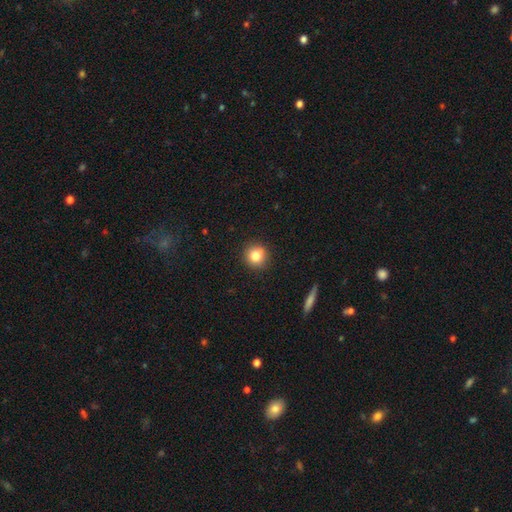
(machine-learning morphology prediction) A smooth galaxy with no disk features (83%) that is round (92%). Merging: none (90%).